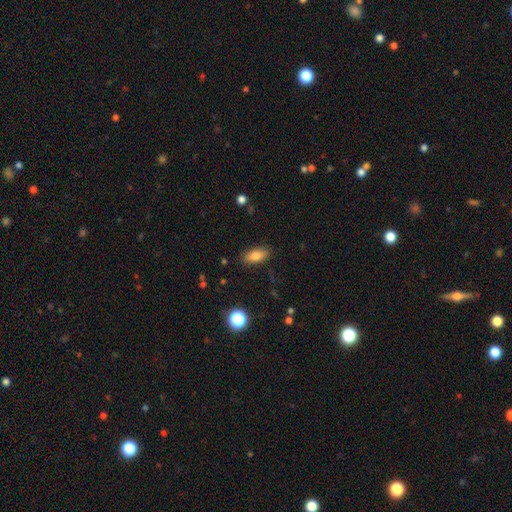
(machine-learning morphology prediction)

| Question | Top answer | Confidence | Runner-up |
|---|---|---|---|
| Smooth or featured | smooth | 81% | featured or disk (10%) |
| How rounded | in between | 85% | cigar-shaped (12%) |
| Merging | none | 87% | minor disturbance (9%) |